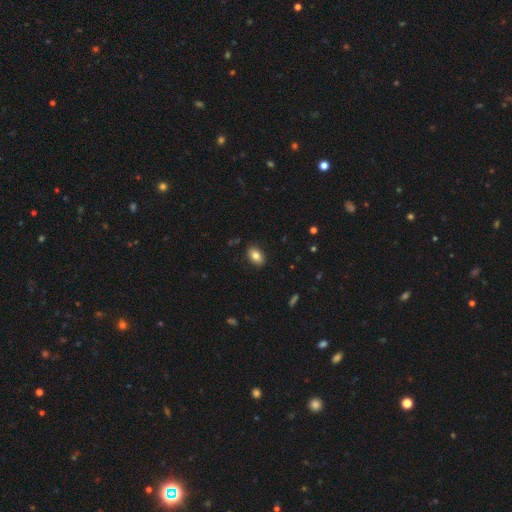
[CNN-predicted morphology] This appears to be a smooth galaxy with no disk features (81%) that is in between round and cigar-shaped (88%). Merging: none (88%).